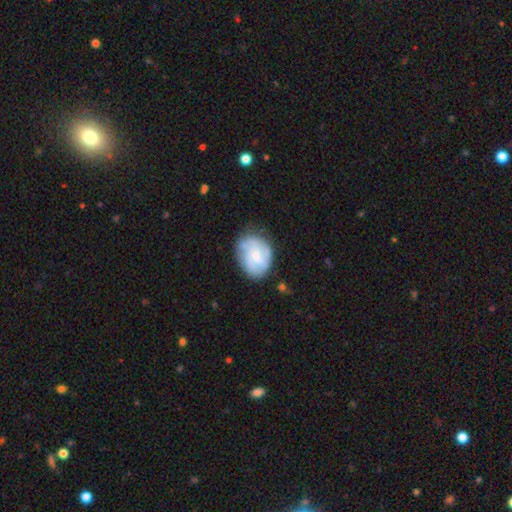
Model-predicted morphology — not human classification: This is possibly a featured or disk galaxy (53%). It is clearly not viewed edge-on (98%). Bar: likely no (62%). Spiral arm pattern: likely yes (76%). Central bulge: marginally small (40%). Merging: likely none (64%).